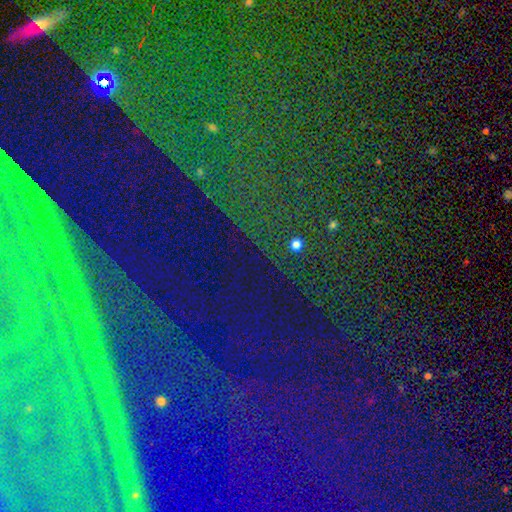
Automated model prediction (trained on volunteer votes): Q: Smooth or featured?
A: star or artifact (80%); runner-up: featured or disk (10%)